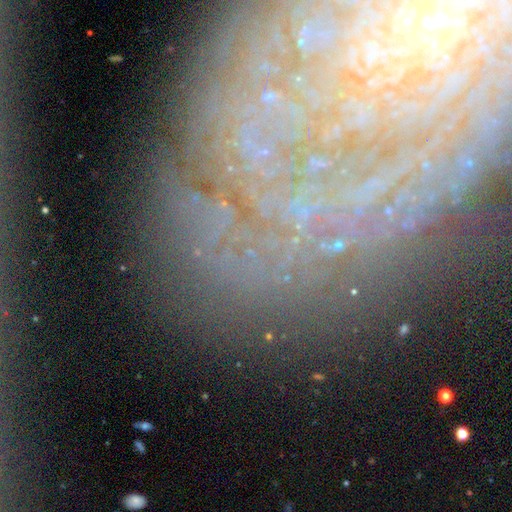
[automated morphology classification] smooth_or_featured: featured or disk (p=0.49) [alt: star or artifact p=0.34]
merging: none (p=0.72) [alt: minor disturbance p=0.14]